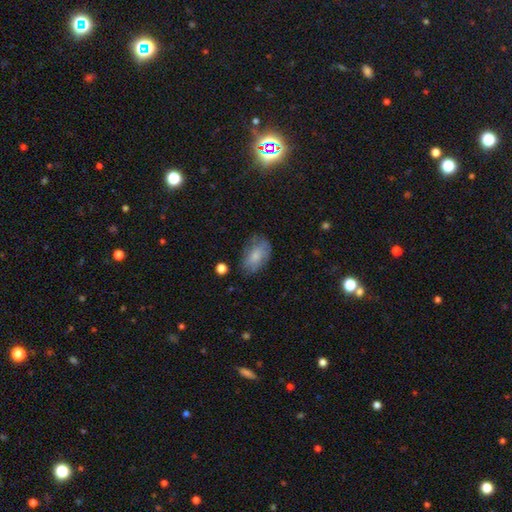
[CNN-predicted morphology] This appears to be a smooth galaxy with no disk features (68%) that is in between round and cigar-shaped (90%). Merging: none (65%).